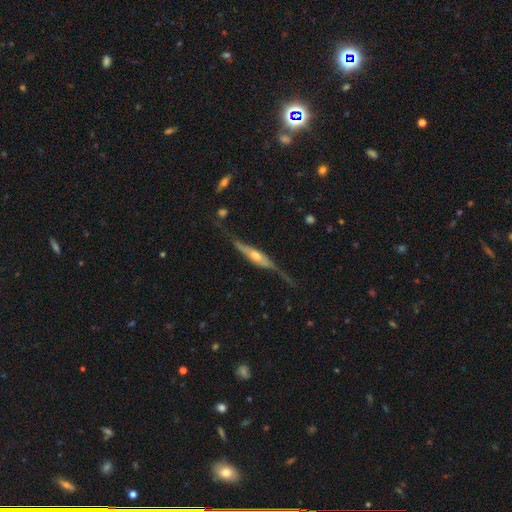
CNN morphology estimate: This is likely a featured or disk galaxy (80%). It is clearly viewed edge-on (87%). Edge-on bulge: likely rounded (78%). Merging: possibly none (58%).